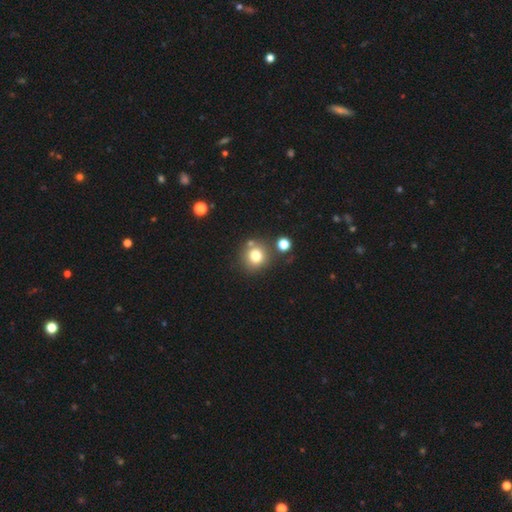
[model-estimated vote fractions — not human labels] This is likely a smooth galaxy (76%). How rounded: clearly round (89%). Merging: likely none (73%).